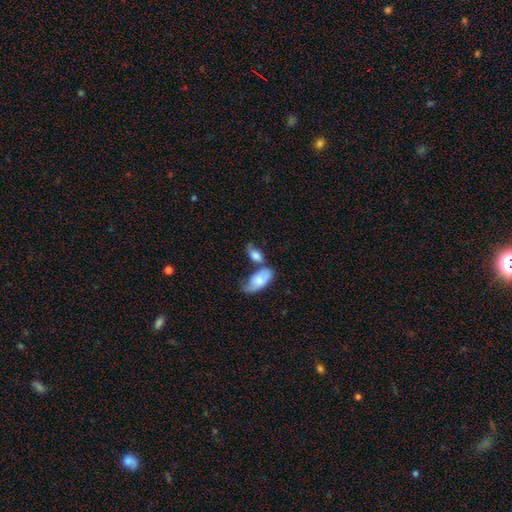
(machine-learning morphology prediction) Smooth or featured? smooth (78%)
How rounded? in between (87%)
Merging? merger (38%)